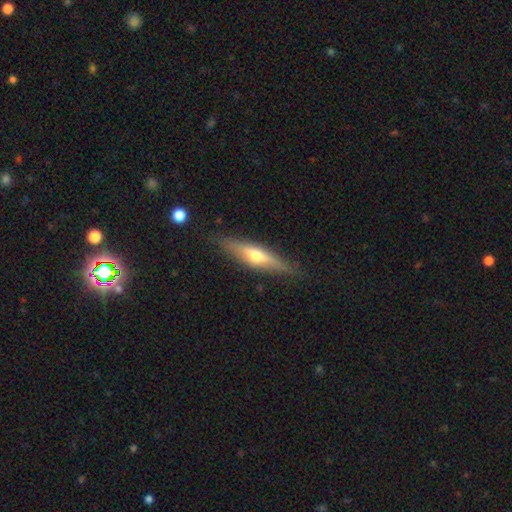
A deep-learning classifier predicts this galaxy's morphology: Smooth or featured?
  - featured or disk: 56% *
  - smooth: 38%
  - star or artifact: 6%
Edge-on disk?
  - yes: 91% *
  - no: 9%
Edge-on bulge?
  - rounded: 88% *
  - none: 7%
  - boxy: 5%
Merging?
  - none: 84% *
  - minor disturbance: 12%
  - major disturbance: 3%
  - merger: 1%